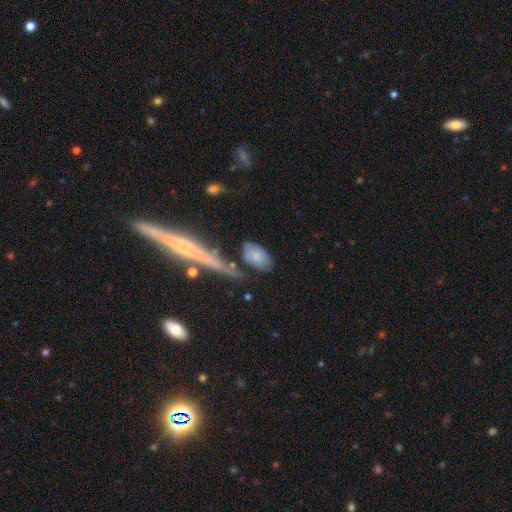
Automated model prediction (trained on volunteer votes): This is likely a smooth galaxy (69%). How rounded: clearly in between (88%). Merging: possibly none (59%).